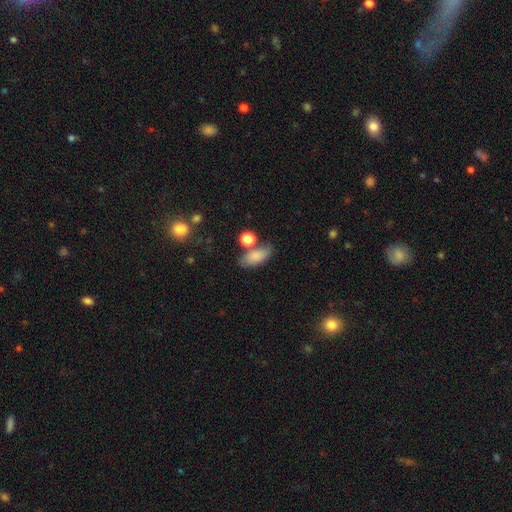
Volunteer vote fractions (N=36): smooth-or-featured: smooth: 83% | featured or disk: 14% | star or artifact: 3%
  how-rounded: in between: 90% | round: 7% | cigar-shaped: 3%
  merging: none: 60% | minor disturbance: 20% | merger: 17% | major disturbance: 3%